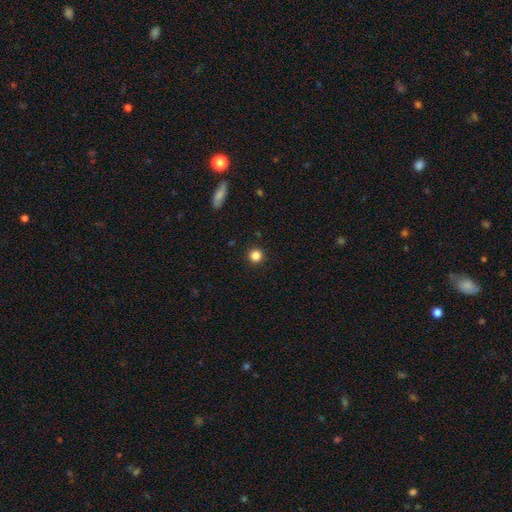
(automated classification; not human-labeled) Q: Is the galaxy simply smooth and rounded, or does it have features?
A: smooth — 84%.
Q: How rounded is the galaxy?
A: round — 95%.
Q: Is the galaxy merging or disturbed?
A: none — 92%.